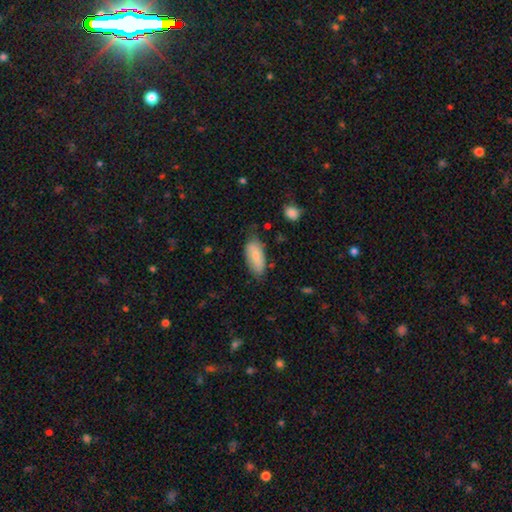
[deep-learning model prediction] smooth_or_featured: smooth (p=0.78) [alt: featured or disk p=0.16]
how_rounded: in between (p=0.89) [alt: cigar-shaped p=0.09]
merging: none (p=0.67) [alt: minor disturbance p=0.26]